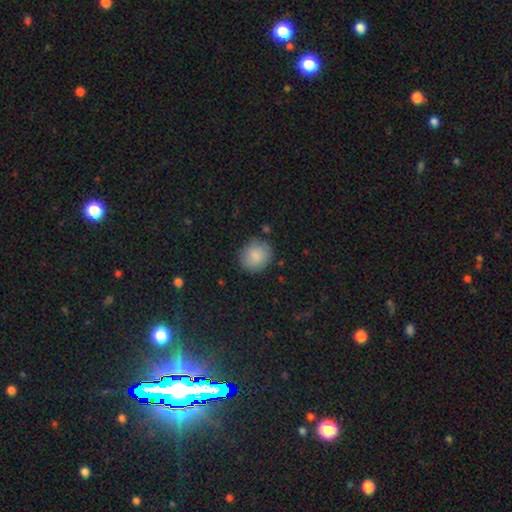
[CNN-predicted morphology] Smooth or featured? smooth (86%)
How rounded? round (83%)
Merging? none (84%)